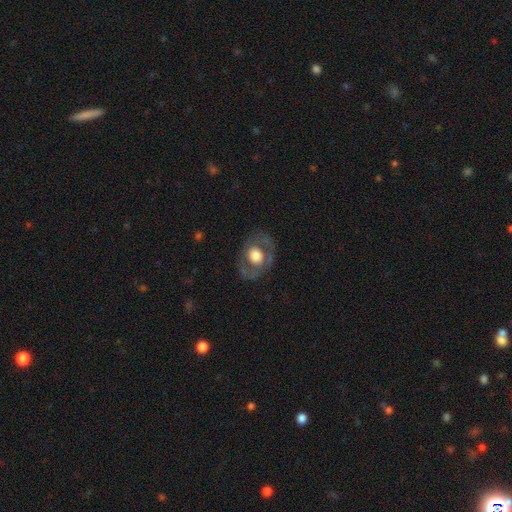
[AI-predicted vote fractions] Smooth or featured: featured or disk — 50% (smooth — 44%)
Merging: none — 75% (minor disturbance — 15%)